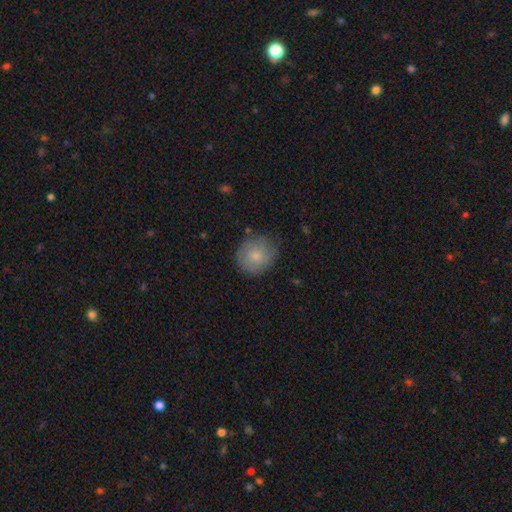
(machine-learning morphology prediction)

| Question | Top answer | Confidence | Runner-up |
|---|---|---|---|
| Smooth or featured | smooth | 76% | featured or disk (16%) |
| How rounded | round | 82% | in between (17%) |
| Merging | none | 75% | minor disturbance (20%) |